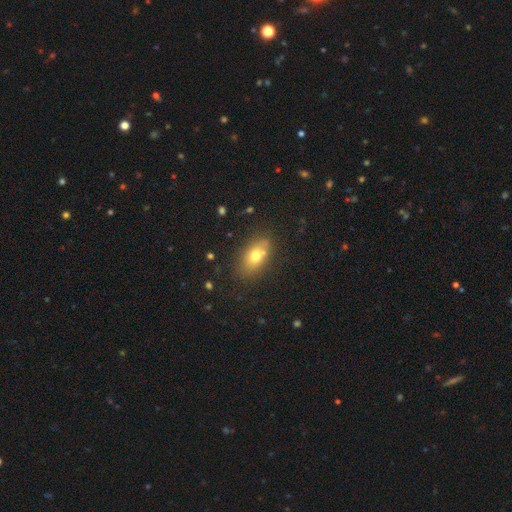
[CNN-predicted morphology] Overall: smooth (70%). How rounded: in between (80%). Merging: none (72%).